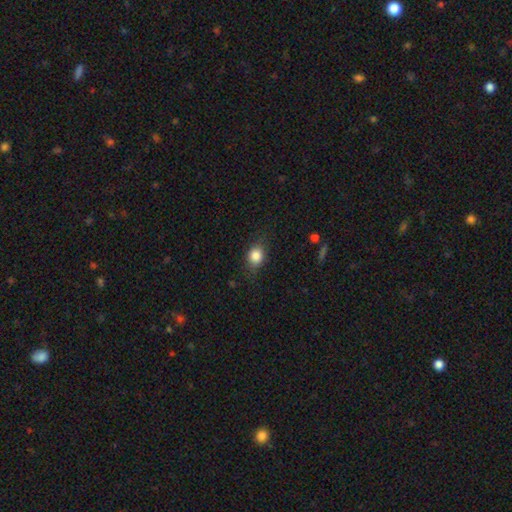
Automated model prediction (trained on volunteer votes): A smooth galaxy with no disk features (82%) that is round (57%).

Vote fractions:
- Smooth or featured? smooth: 82% / star or artifact: 9% / featured or disk: 9%
- How rounded? round: 57% / in between: 41% / cigar-shaped: 2%
- Merging? none: 74% / minor disturbance: 19% / major disturbance: 5% / merger: 1%